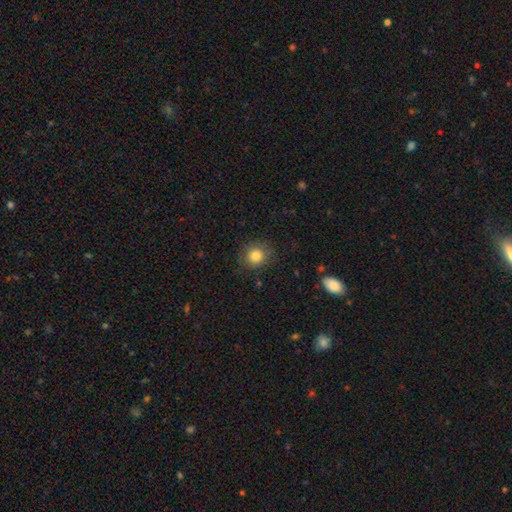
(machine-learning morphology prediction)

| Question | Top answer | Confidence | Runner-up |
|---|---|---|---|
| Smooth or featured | smooth | 83% | star or artifact (11%) |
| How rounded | round | 83% | in between (16%) |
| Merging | none | 85% | minor disturbance (11%) |